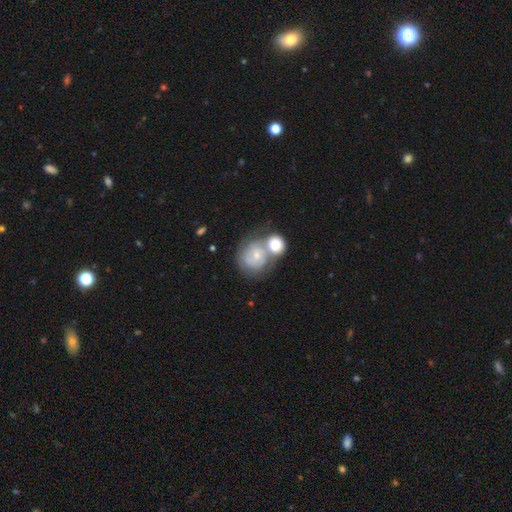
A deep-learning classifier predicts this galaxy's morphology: A smooth galaxy with no disk features (48%).

Vote fractions:
- Smooth or featured? smooth: 48% / featured or disk: 45% / star or artifact: 7%
- Merging? merger: 58% / none: 24% / minor disturbance: 11% / major disturbance: 7%